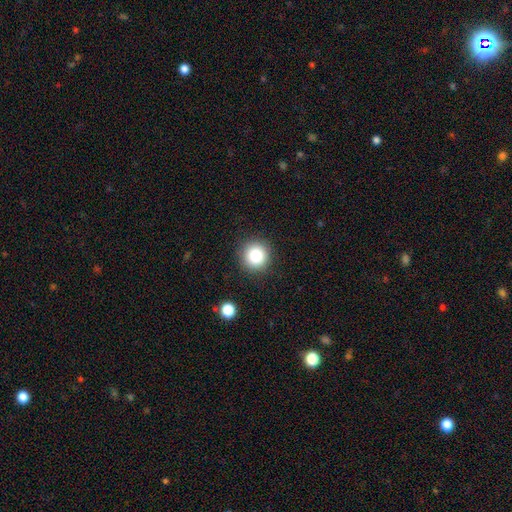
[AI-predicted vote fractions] Smooth or featured? Predicted: smooth (p=0.82). How rounded? Predicted: round (p=0.94). Merging? Predicted: none (p=0.90).